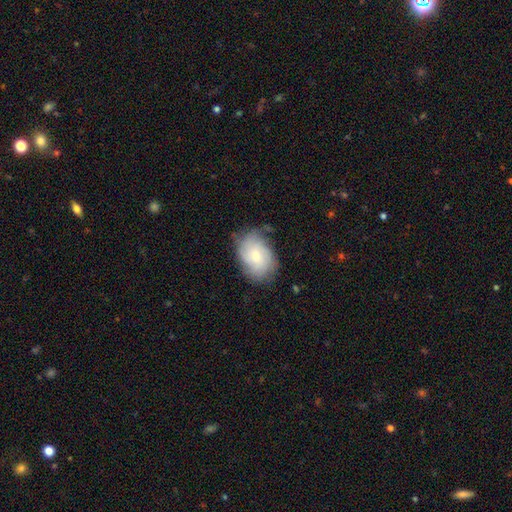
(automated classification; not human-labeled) Morphology: type=smooth (52%); roundness=in between (79%); merging=none (66%).